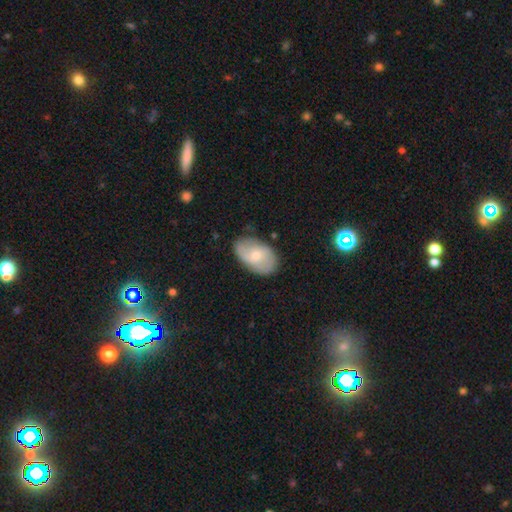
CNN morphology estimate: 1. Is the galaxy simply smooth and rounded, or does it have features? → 49% featured or disk, 45% smooth, 6% star or artifact.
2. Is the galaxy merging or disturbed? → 73% none, 20% minor disturbance, 5% major disturbance, 2% merger.